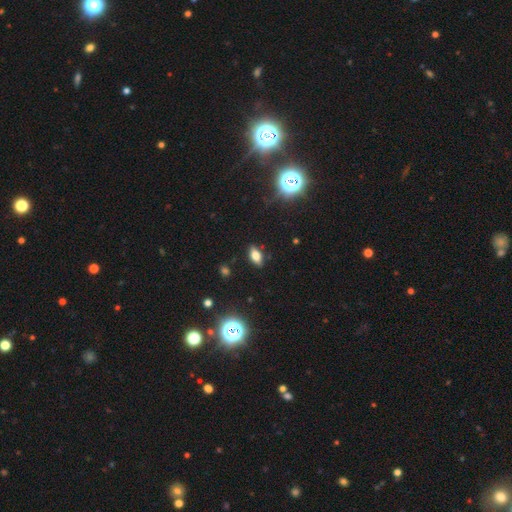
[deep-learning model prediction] Smooth or featured?
  - smooth: 61% *
  - featured or disk: 25%
  - star or artifact: 14%
How rounded?
  - in between: 81% *
  - cigar-shaped: 13%
  - round: 6%
Merging?
  - none: 87% *
  - minor disturbance: 10%
  - major disturbance: 2%
  - merger: 1%